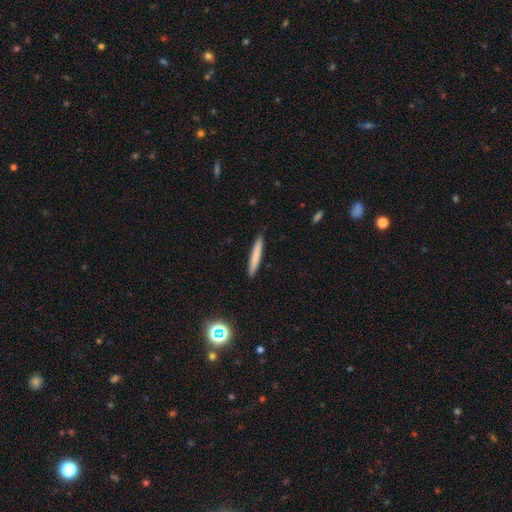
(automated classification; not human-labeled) smooth 77%, featured or disk 17%, star or artifact 7%. Down the decision tree: how rounded — cigar-shaped (95%); merging — none (91%).